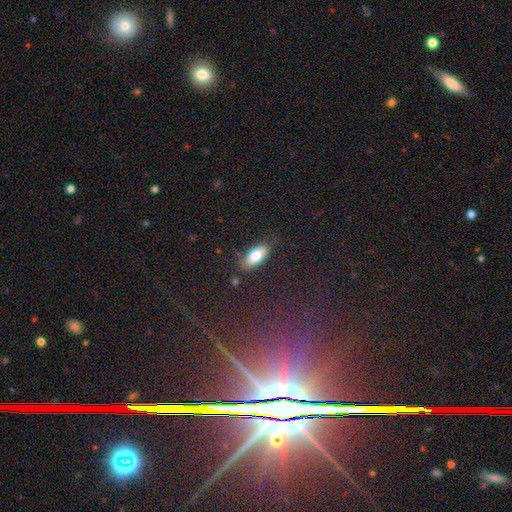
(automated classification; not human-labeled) This appears to be a smooth galaxy with no disk features (77%) that is in between round and cigar-shaped (85%). Merging: none (83%).